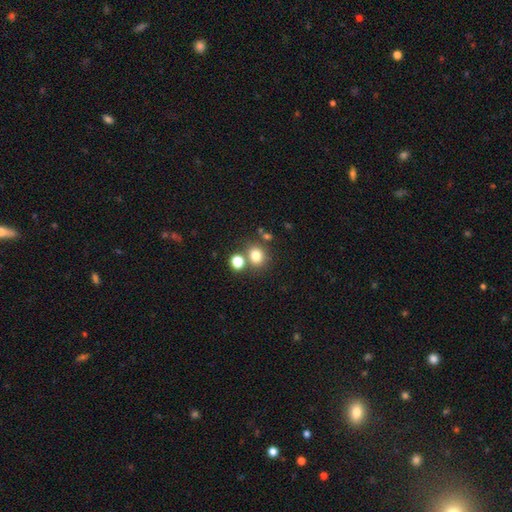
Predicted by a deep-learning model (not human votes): smooth-or-featured: smooth: 79% | star or artifact: 14% | featured or disk: 8%
  how-rounded: round: 75% | in between: 24% | cigar-shaped: 1%
  merging: none: 66% | merger: 21% | minor disturbance: 9% | major disturbance: 4%